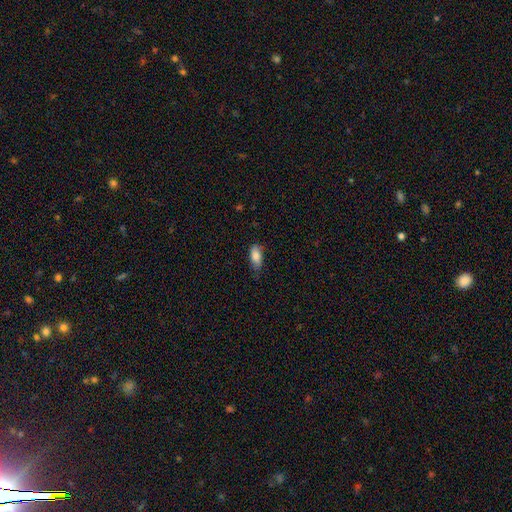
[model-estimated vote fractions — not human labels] The model was most divided on "merging": none: 65%, minor disturbance: 28%, major disturbance: 5%, merger: 1%. More confident: how rounded — in between (85%); smooth or featured — smooth (84%).